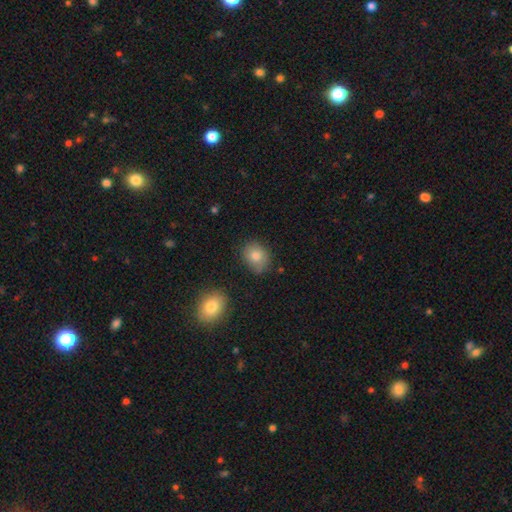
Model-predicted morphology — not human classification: Smooth or featured? Predicted: smooth (p=0.81). How rounded? Predicted: round (p=0.51). Merging? Predicted: none (p=0.77).